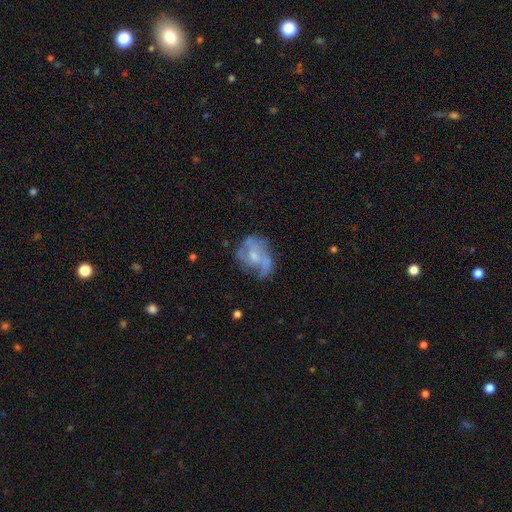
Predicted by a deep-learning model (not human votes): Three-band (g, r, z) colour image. It shows a featured or disk galaxy (66%) with no bar (62%), spiral arms (62%) and a moderate central bulge (42%). Merging: none (45%).